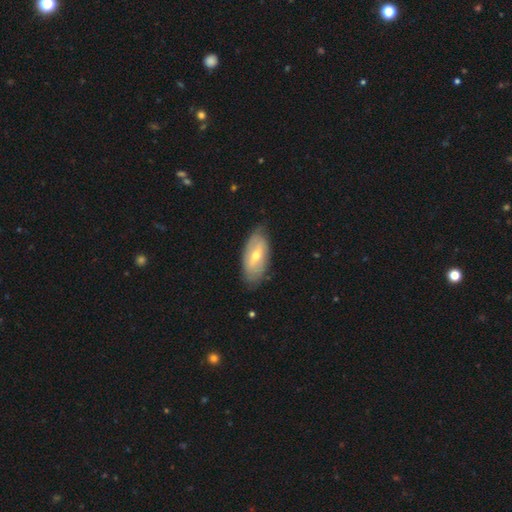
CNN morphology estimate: Overall: featured or disk (49%; smooth 45%). Merging: none (78%).